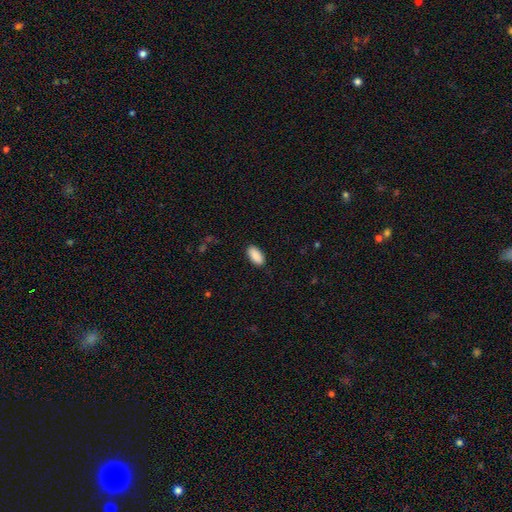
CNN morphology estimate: type=smooth (90%); roundness=in between (93%); merging=none (88%).